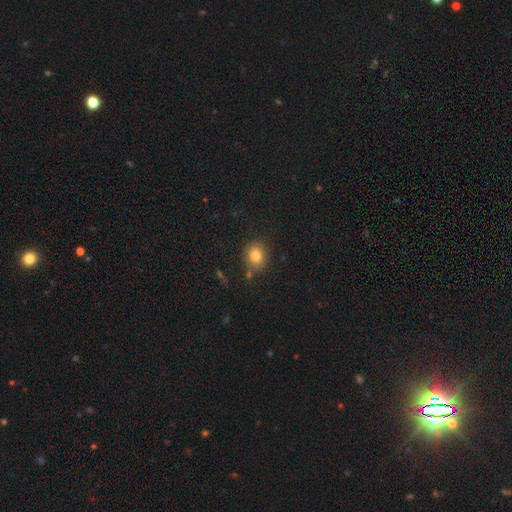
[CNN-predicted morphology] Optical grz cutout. It shows a smooth galaxy with no disk features (81%) that is round (67%). Merging: none (79%).